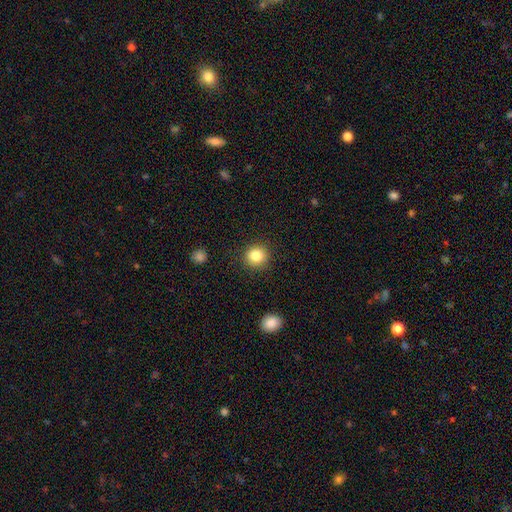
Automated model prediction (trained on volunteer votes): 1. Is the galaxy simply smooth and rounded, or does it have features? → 85% smooth, 10% star or artifact, 6% featured or disk.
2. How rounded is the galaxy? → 92% round, 7% in between, 1% cigar-shaped.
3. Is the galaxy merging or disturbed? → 90% none, 6% minor disturbance, 2% major disturbance, 1% merger.